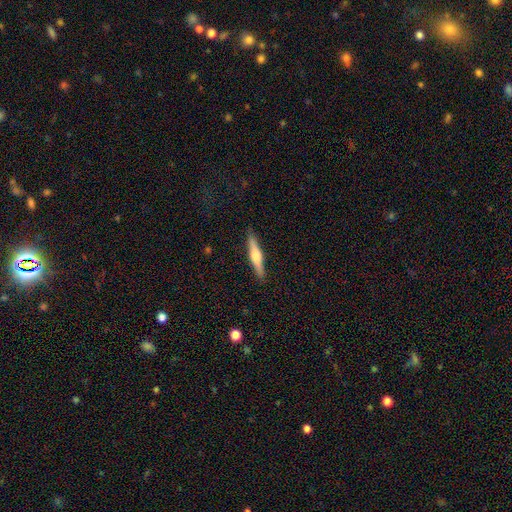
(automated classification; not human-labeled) Smooth or featured? Predicted: featured or disk (p=0.58). Edge-on disk? Predicted: yes (p=0.97). Edge-on bulge? Predicted: rounded (p=0.90). Merging? Predicted: none (p=0.90).